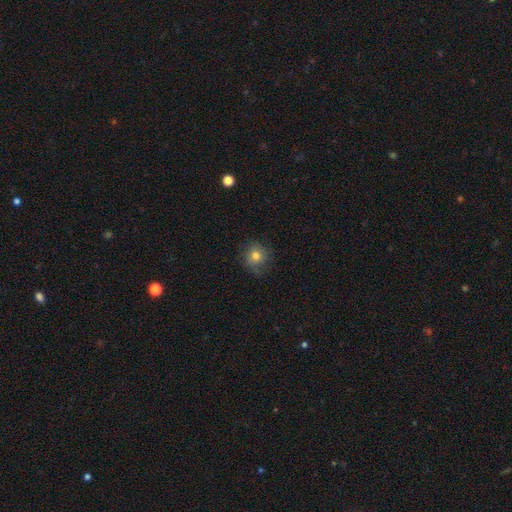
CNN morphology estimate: A smooth galaxy with no disk features (74%) that is round (87%).

Vote fractions:
- Smooth or featured? smooth: 74% / featured or disk: 13% / star or artifact: 12%
- How rounded? round: 87% / in between: 12% / cigar-shaped: 1%
- Merging? none: 73% / minor disturbance: 19% / major disturbance: 6% / merger: 1%